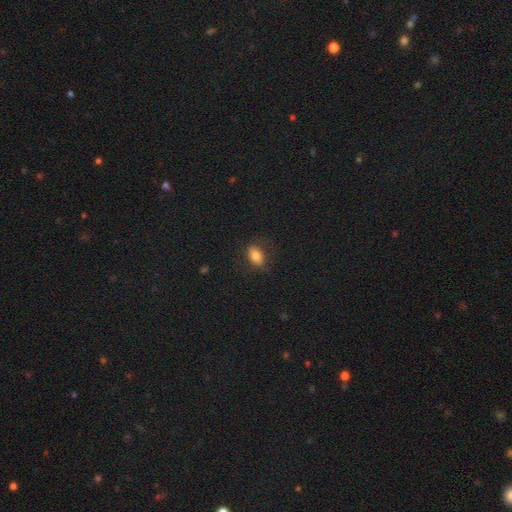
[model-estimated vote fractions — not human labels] A smooth galaxy with no disk features (77%) that is in between round and cigar-shaped (83%). Merging: none (76%).